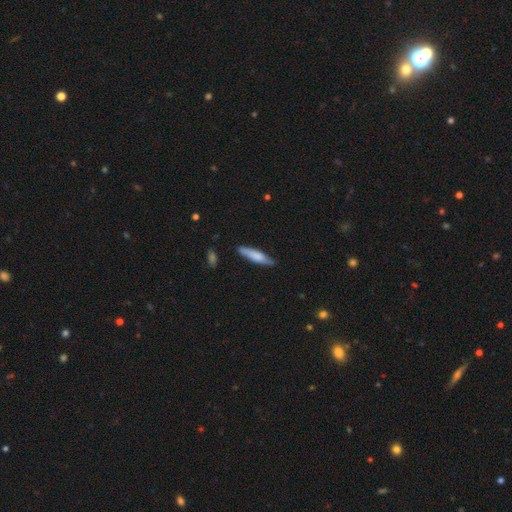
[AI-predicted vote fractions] smooth 68%, featured or disk 26%, star or artifact 5%. Down the decision tree: how rounded — cigar-shaped (80%); merging — none (79%).